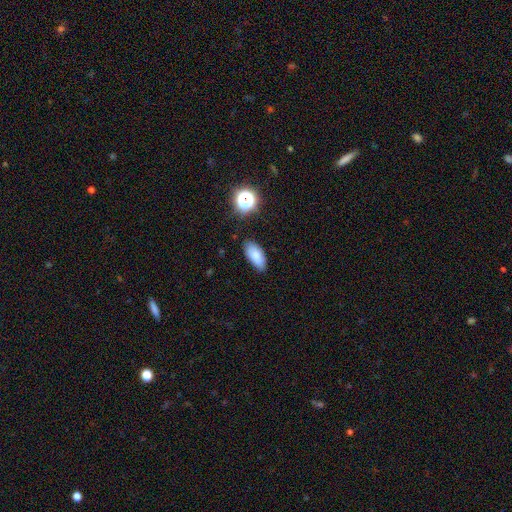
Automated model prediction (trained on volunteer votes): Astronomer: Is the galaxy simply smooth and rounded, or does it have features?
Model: smooth — 80%.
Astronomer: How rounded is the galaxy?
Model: in between — 87%.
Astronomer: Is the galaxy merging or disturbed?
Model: none — 79%.